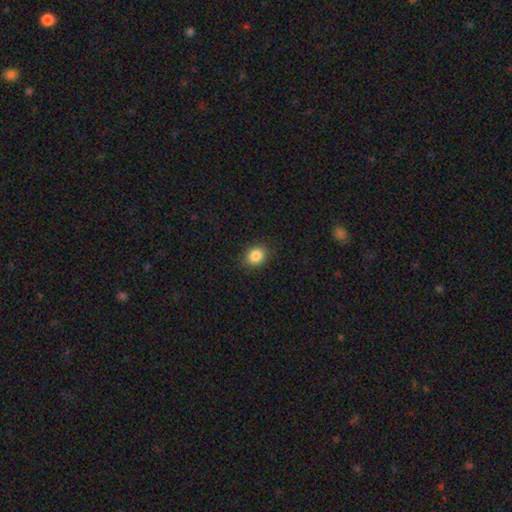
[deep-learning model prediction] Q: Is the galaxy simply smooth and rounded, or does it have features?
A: smooth — 86%.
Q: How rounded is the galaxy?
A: round — 53%.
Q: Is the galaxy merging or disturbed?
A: none — 89%.